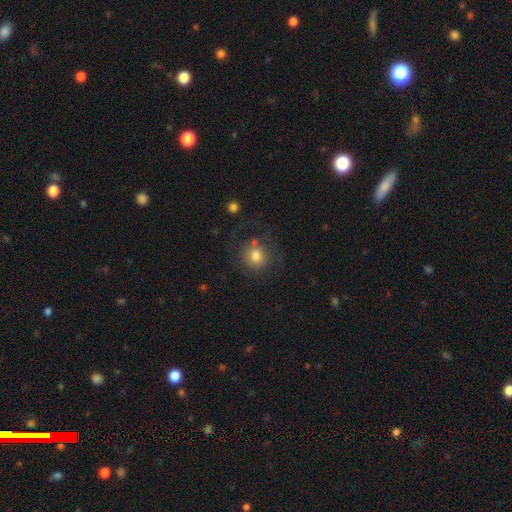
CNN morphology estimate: A smooth galaxy with no disk features (77%) that is round (87%). Merging: none (68%).